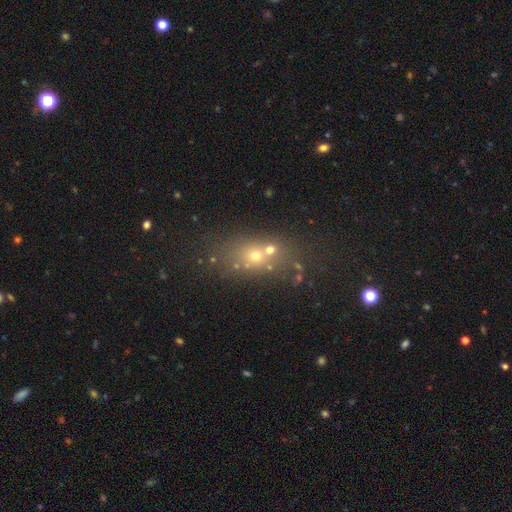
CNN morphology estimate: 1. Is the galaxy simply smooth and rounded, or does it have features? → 50% smooth, 27% star or artifact, 23% featured or disk.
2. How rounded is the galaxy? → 48% round, 46% in between, 6% cigar-shaped.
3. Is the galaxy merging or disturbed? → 49% none, 34% merger, 10% minor disturbance, 6% major disturbance.